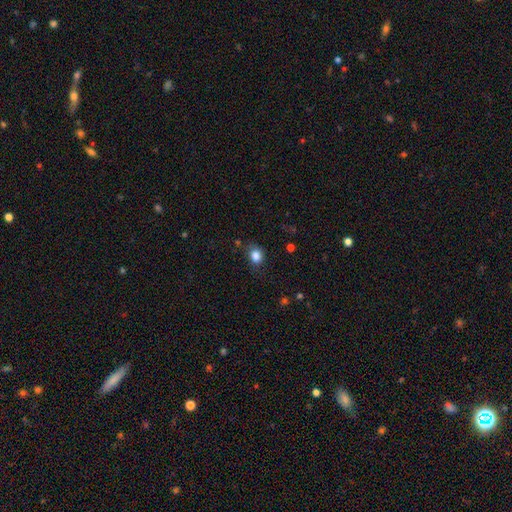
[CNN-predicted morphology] smooth-or-featured: smooth: 84% | star or artifact: 11% | featured or disk: 5%
  how-rounded: round: 56% | in between: 43% | cigar-shaped: 1%
  merging: none: 70% | minor disturbance: 21% | major disturbance: 6% | merger: 2%